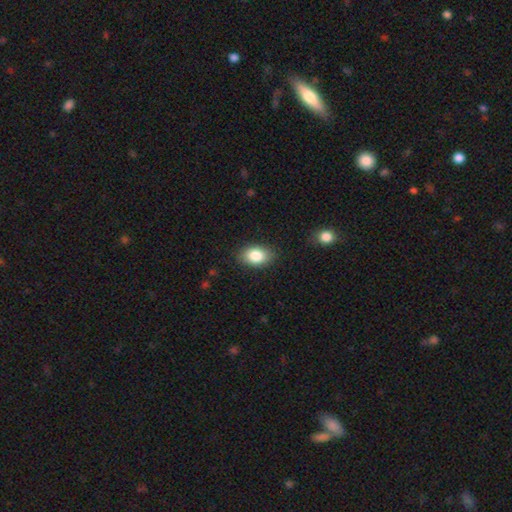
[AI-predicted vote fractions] Smooth or featured? Predicted: smooth (p=0.84). How rounded? Predicted: in between (p=0.85). Merging? Predicted: none (p=0.86).